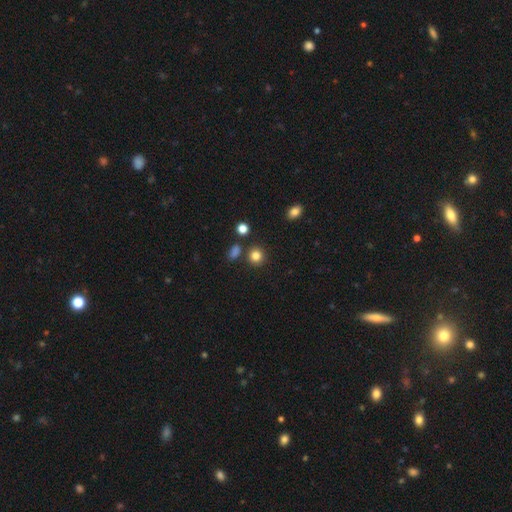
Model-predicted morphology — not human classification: A smooth galaxy with no disk features (83%) that is round (88%).

Vote fractions:
- Smooth or featured? smooth: 83% / star or artifact: 12% / featured or disk: 5%
- How rounded? round: 88% / in between: 11% / cigar-shaped: 1%
- Merging? none: 83% / minor disturbance: 8% / merger: 6% / major disturbance: 3%